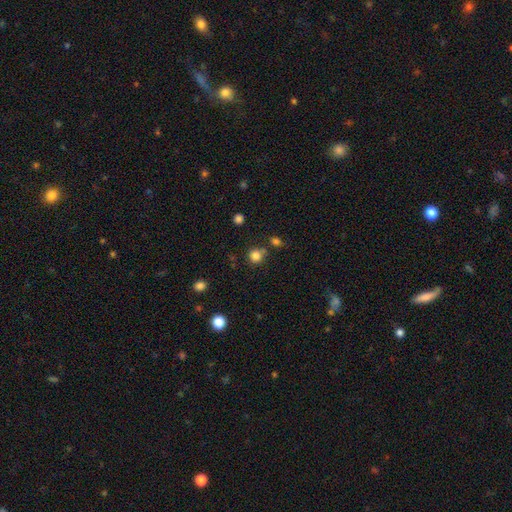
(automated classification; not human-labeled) A smooth galaxy with no disk features (82%) that is round (89%). Merging: none (72%).